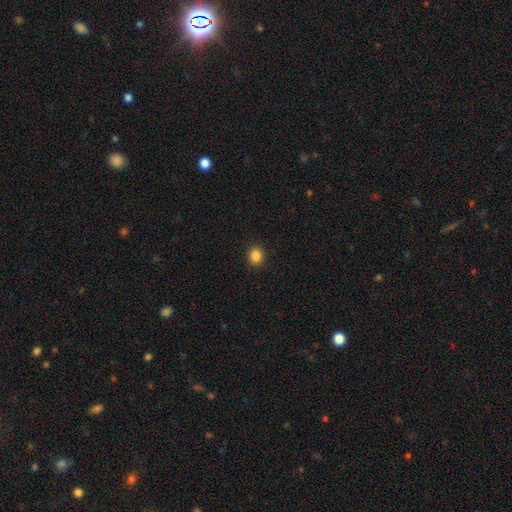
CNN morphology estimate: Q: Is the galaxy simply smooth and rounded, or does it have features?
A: smooth — 86%.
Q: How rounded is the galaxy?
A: round — 74%.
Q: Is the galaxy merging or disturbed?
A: none — 91%.